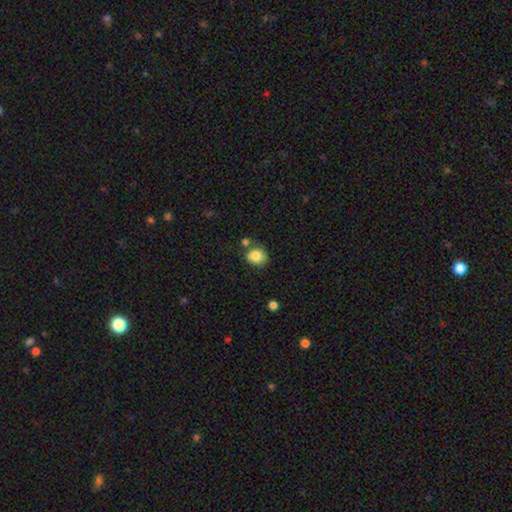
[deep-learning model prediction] smooth-or-featured: smooth: 85% | star or artifact: 9% | featured or disk: 7%
  how-rounded: round: 73% | in between: 26% | cigar-shaped: 1%
  merging: none: 63% | minor disturbance: 17% | merger: 14% | major disturbance: 5%